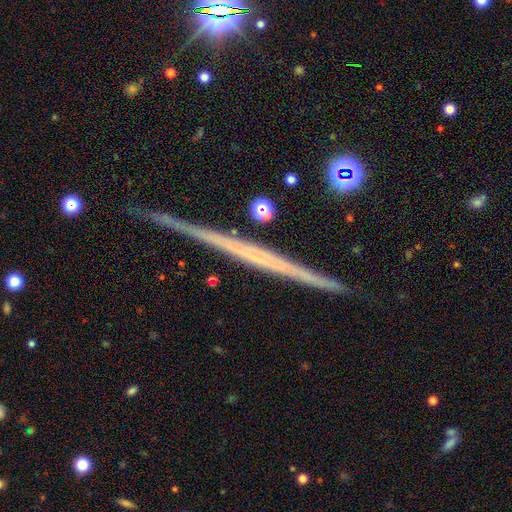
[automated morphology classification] Q: Smooth or featured?
A: featured or disk (72%); runner-up: smooth (20%)
Q: Edge-on disk?
A: yes (98%); runner-up: no (2%)
Q: Edge-on bulge?
A: none (88%); runner-up: rounded (8%)
Q: Merging?
A: none (89%); runner-up: minor disturbance (8%)